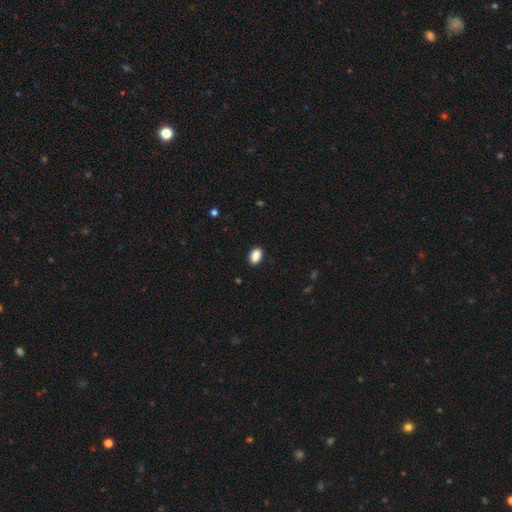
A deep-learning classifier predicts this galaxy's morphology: Q: Smooth or featured?
A: smooth (90%); runner-up: star or artifact (8%)
Q: How rounded?
A: in between (89%); runner-up: round (9%)
Q: Merging?
A: none (89%); runner-up: minor disturbance (9%)